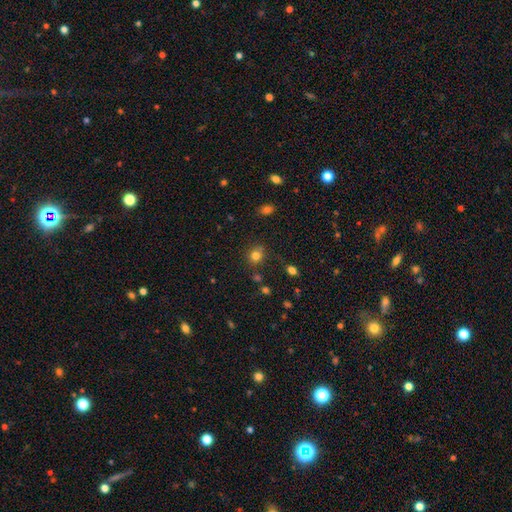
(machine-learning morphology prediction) Smooth or featured?
  - smooth: 79% *
  - star or artifact: 14%
  - featured or disk: 7%
How rounded?
  - round: 80% *
  - in between: 19%
  - cigar-shaped: 1%
Merging?
  - none: 76% *
  - minor disturbance: 14%
  - merger: 6%
  - major disturbance: 4%